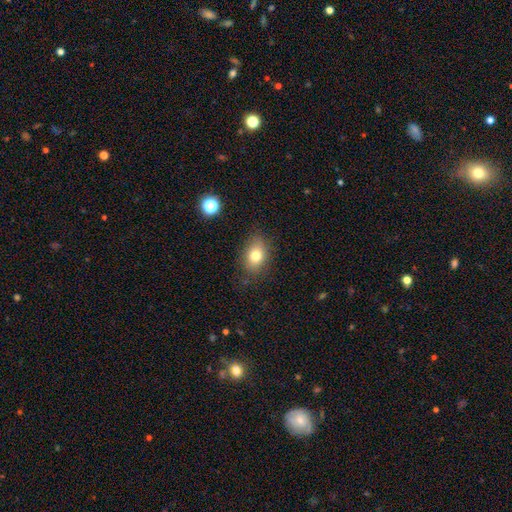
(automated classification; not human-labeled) Smooth or featured? Predicted: smooth (p=0.78). How rounded? Predicted: in between (p=0.75). Merging? Predicted: none (p=0.81).